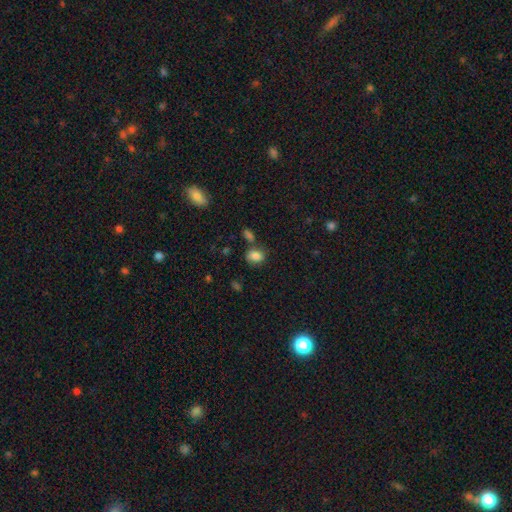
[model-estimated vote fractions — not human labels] A smooth galaxy with no disk features (83%) that is in between round and cigar-shaped (60%). Merging: none (65%).